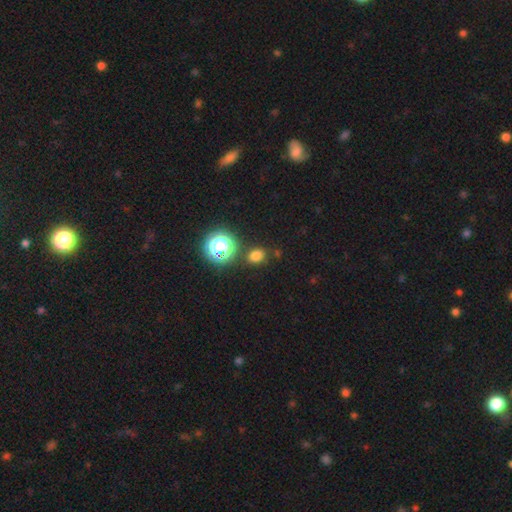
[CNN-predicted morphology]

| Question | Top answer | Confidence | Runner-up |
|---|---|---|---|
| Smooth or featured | smooth | 70% | star or artifact (24%) |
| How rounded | round | 53% | in between (46%) |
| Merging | none | 81% | minor disturbance (10%) |